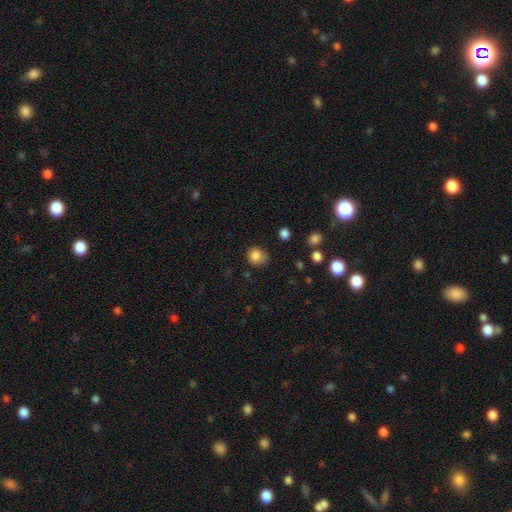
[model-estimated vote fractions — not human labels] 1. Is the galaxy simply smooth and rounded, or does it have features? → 83% smooth, 11% star or artifact, 6% featured or disk.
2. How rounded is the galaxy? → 66% round, 33% in between, 1% cigar-shaped.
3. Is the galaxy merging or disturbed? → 59% none, 30% minor disturbance, 9% major disturbance, 3% merger.